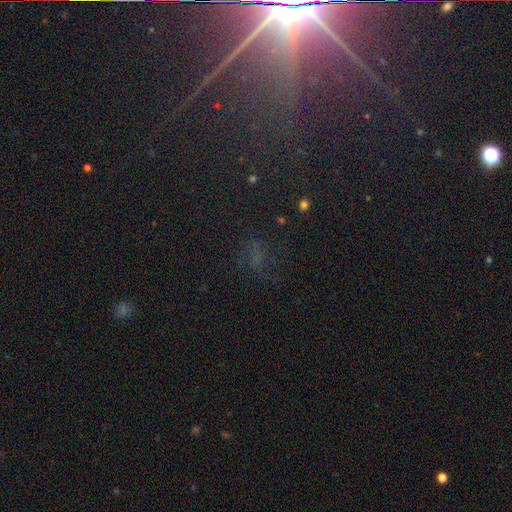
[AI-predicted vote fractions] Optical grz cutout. It shows a star or artifact, not a galaxy (53%).